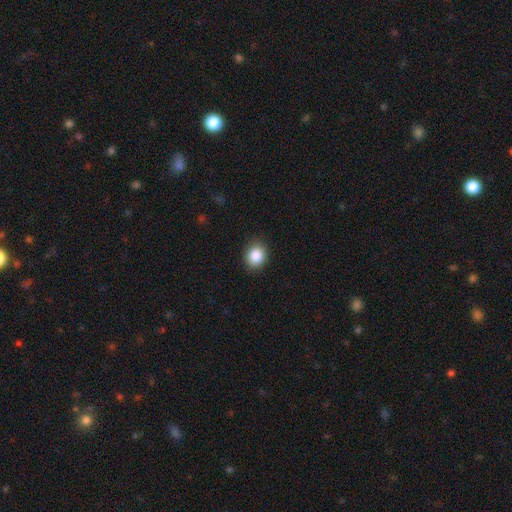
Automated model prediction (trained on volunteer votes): Smooth or featured? smooth (87%)
How rounded? round (70%)
Merging? none (88%)